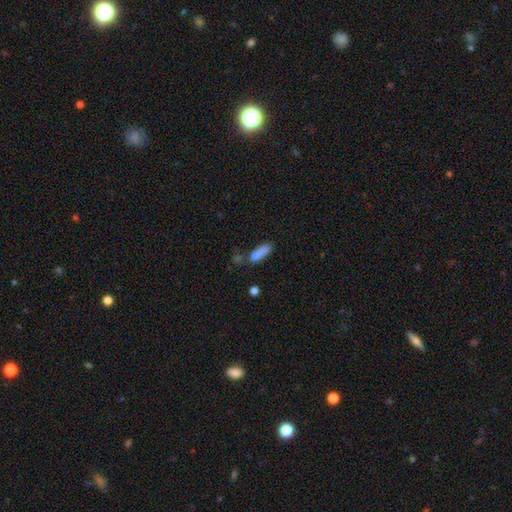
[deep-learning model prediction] Q: Smooth or featured?
A: smooth (73%); runner-up: featured or disk (16%)
Q: How rounded?
A: in between (48%); runner-up: cigar-shaped (47%)
Q: Merging?
A: none (38%); runner-up: merger (27%)